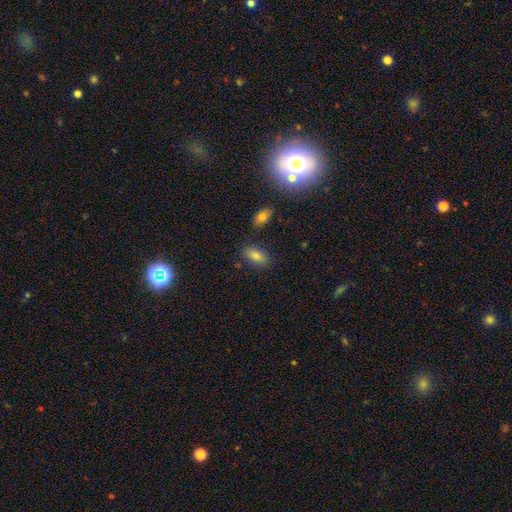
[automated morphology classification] smooth 78%, star or artifact 12%, featured or disk 9%. Down the decision tree: how rounded — in between (89%); merging — none (82%).